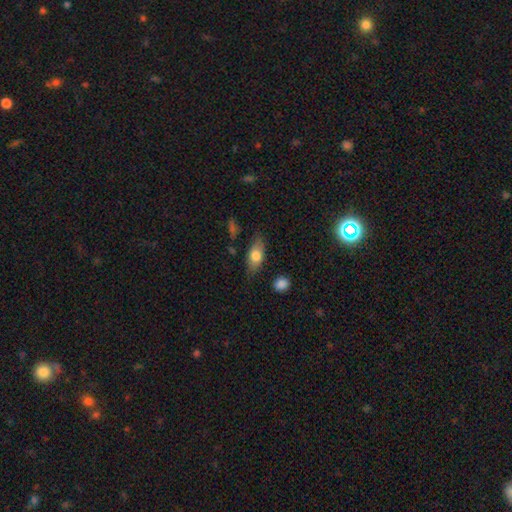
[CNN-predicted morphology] smooth-or-featured: smooth: 71% | featured or disk: 22% | star or artifact: 7%
  how-rounded: in between: 83% | cigar-shaped: 12% | round: 5%
  merging: none: 77% | minor disturbance: 17% | major disturbance: 4% | merger: 3%